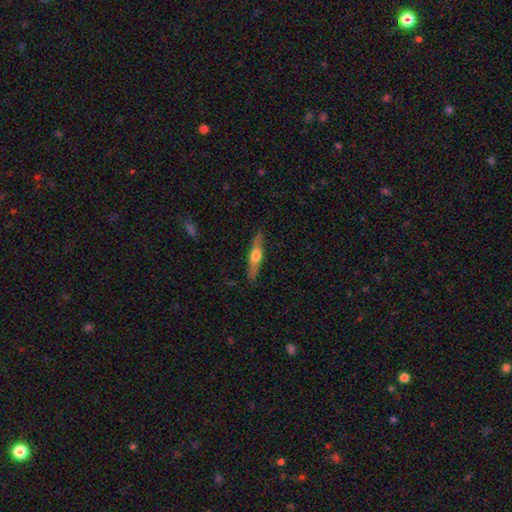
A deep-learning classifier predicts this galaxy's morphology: Overall: featured or disk (59%; smooth 35%). Edge-on disk: yes (95%). Edge-on bulge: rounded (93%). Merging: none (89%).